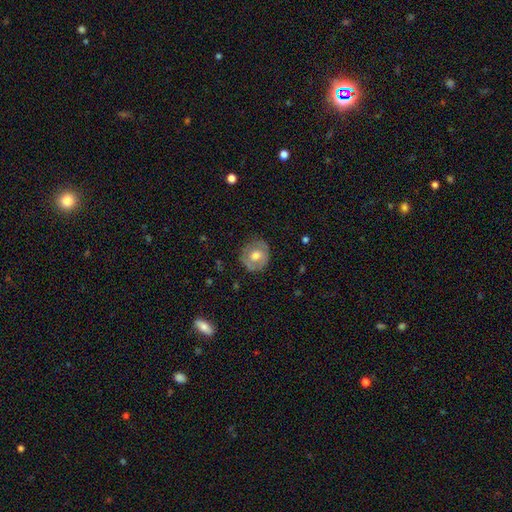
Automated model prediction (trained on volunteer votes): A smooth galaxy with no disk features (53%) that is round (83%). Merging: none (75%).